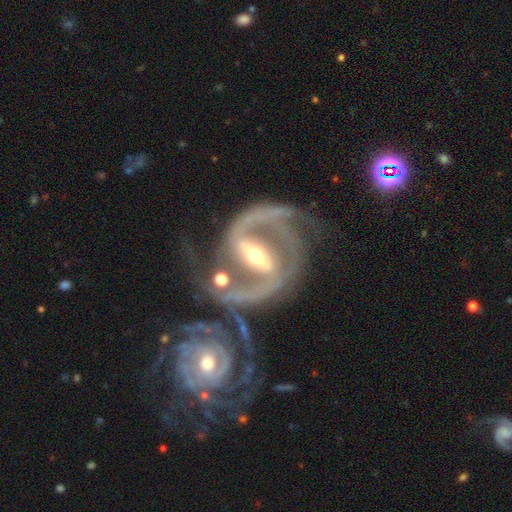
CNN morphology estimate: Q: Smooth or featured?
A: featured or disk (92%); runner-up: star or artifact (4%)
Q: Edge-on disk?
A: no (97%); runner-up: yes (3%)
Q: Bar?
A: strong (72%); runner-up: weak (21%)
Q: Spiral arms?
A: yes (96%); runner-up: no (4%)
Q: Spiral winding?
A: medium (53%); runner-up: tight (24%)
Q: Spiral arm count?
A: 2 (89%); runner-up: 3 (3%)
Q: Bulge size?
A: moderate (62%); runner-up: small (31%)
Q: Merging?
A: none (46%); runner-up: major disturbance (20%)